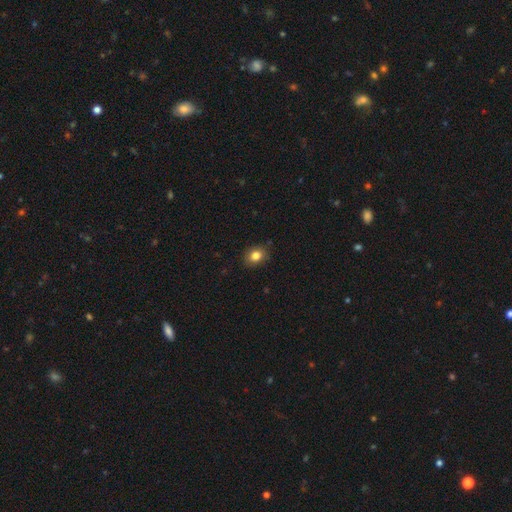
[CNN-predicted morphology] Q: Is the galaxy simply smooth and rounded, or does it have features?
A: smooth — 83%.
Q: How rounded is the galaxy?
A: in between — 58%.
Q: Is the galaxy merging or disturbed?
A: none — 85%.